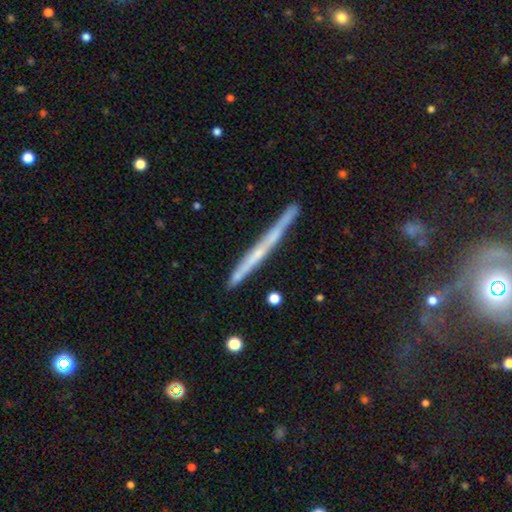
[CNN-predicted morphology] A featured or disk galaxy (62%) viewed edge-on (97%) with no central bulge (74%). Merging: none (86%).